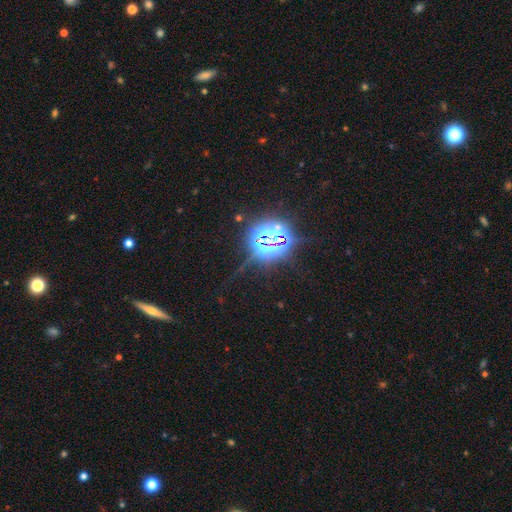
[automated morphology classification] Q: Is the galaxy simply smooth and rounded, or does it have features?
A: star or artifact — 80%.